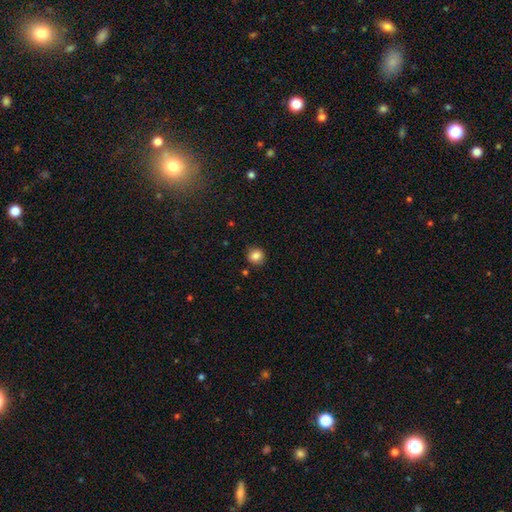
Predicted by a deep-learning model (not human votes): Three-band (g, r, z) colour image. It shows a smooth galaxy with no disk features (84%) that is round (89%). Merging: none (88%).